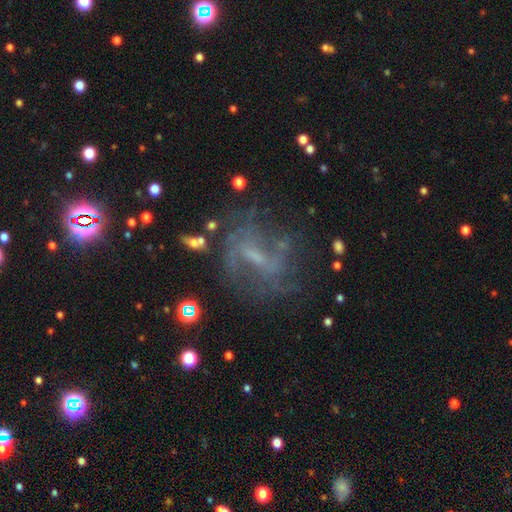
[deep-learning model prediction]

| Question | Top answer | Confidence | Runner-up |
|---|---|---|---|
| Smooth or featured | featured or disk | 66% | star or artifact (19%) |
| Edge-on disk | no | 94% | yes (6%) |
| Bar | weak | 47% | no (28%) |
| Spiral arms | yes | 68% | no (32%) |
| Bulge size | small | 49% | none (27%) |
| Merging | none | 57% | major disturbance (20%) |